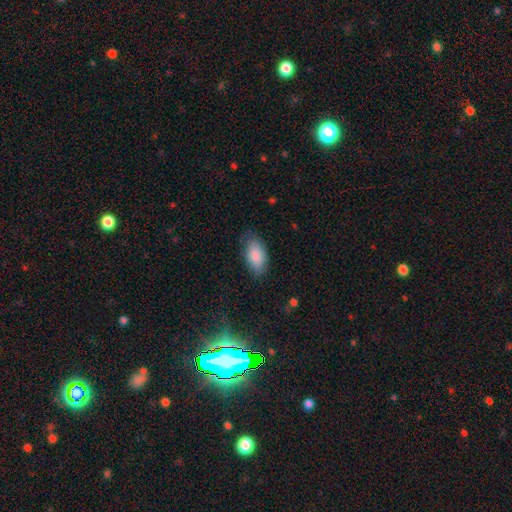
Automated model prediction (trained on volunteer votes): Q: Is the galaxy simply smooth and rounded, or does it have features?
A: smooth — 86%.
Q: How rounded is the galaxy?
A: in between — 93%.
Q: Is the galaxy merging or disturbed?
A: none — 73%.